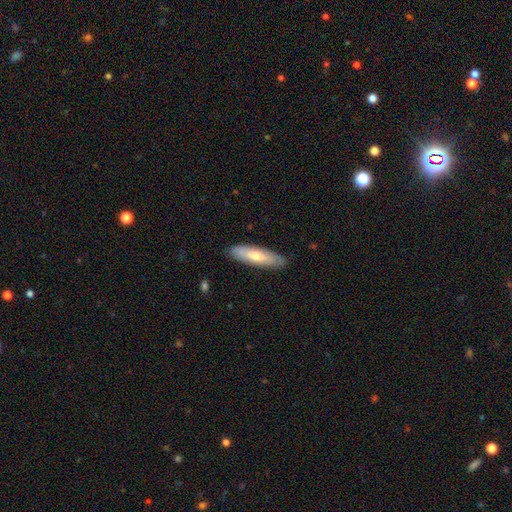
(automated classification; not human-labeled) A smooth galaxy with no disk features (62%) that is cigar-shaped (65%).

Vote fractions:
- Smooth or featured? smooth: 62% / featured or disk: 33% / star or artifact: 5%
- How rounded? cigar-shaped: 65% / in between: 34% / round: 2%
- Merging? none: 87% / minor disturbance: 10% / major disturbance: 2% / merger: 1%